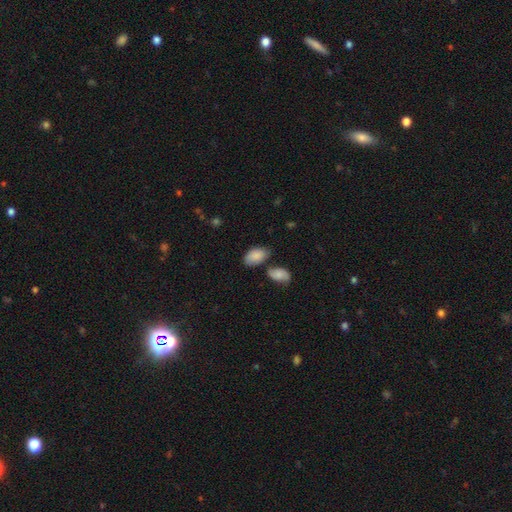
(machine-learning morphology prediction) This is clearly a smooth galaxy (85%). How rounded: clearly in between (93%). Merging: possibly none (58%).